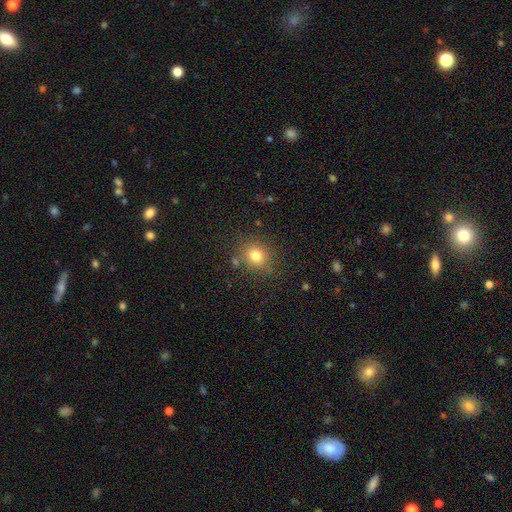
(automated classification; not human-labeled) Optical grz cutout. It shows a smooth galaxy with no disk features (79%) that is round (74%). Merging: none (81%).